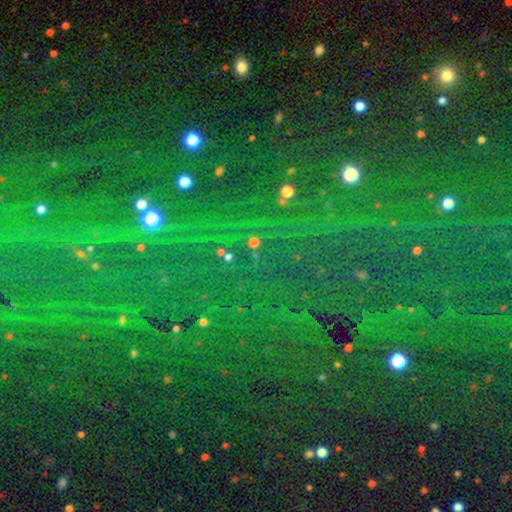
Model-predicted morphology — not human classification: type=star or artifact (82%).